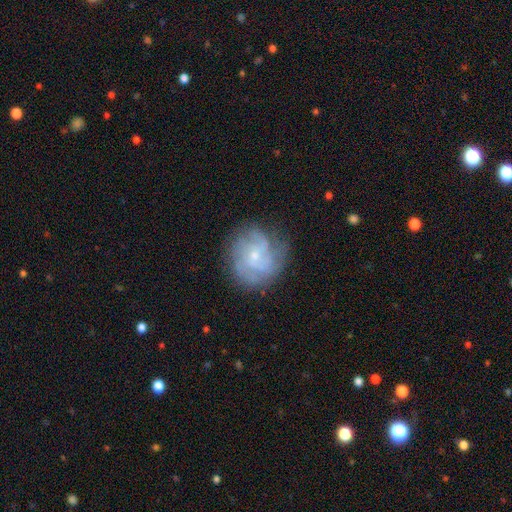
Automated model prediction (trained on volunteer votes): This is likely a featured or disk galaxy (72%). It is clearly not viewed edge-on (98%). Bar: likely no (72%). Spiral arm pattern: clearly yes (91%). Spiral arm count: marginally can't tell (36%). Spiral winding: possibly tight (53%). Central bulge: likely small (74%). Merging: likely none (75%).